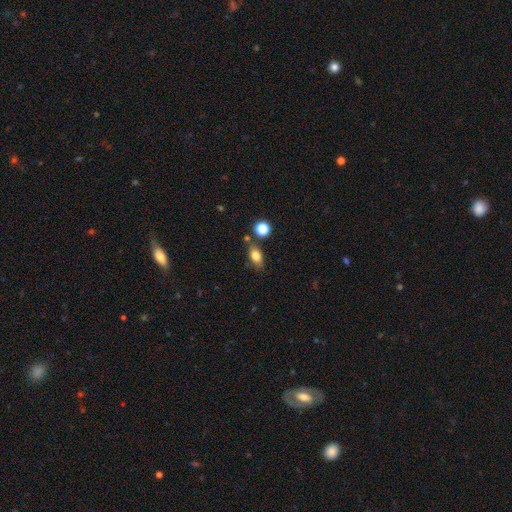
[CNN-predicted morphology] The model was most divided on "merging": none: 73%, minor disturbance: 14%, merger: 9%, major disturbance: 4%. More confident: how rounded — in between (81%); smooth or featured — smooth (79%).